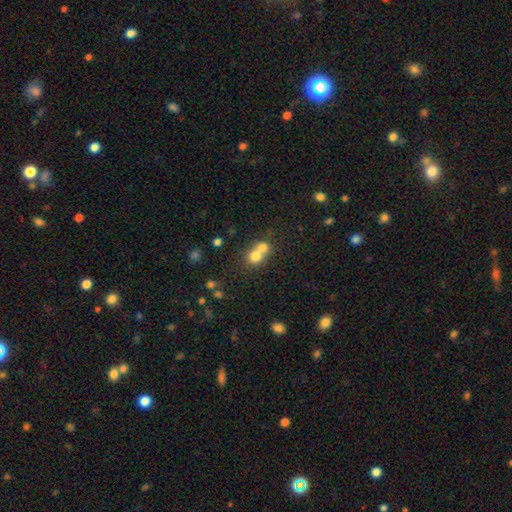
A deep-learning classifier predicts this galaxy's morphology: Overall: smooth (75%). How rounded: round (79%). Merging: merger (64%; none 30%).